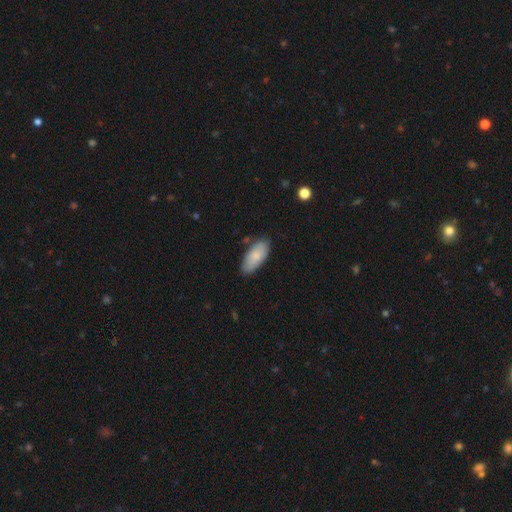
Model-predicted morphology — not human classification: Q: Smooth or featured?
A: smooth (82%); runner-up: featured or disk (12%)
Q: How rounded?
A: in between (87%); runner-up: cigar-shaped (11%)
Q: Merging?
A: none (77%); runner-up: minor disturbance (17%)